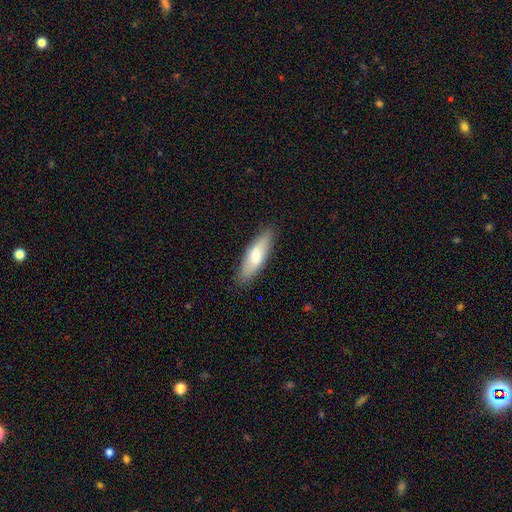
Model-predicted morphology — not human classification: smooth_or_featured: smooth (p=0.71) [alt: featured or disk p=0.23]
how_rounded: cigar-shaped (p=0.51) [alt: in between p=0.47]
merging: none (p=0.87) [alt: minor disturbance p=0.10]